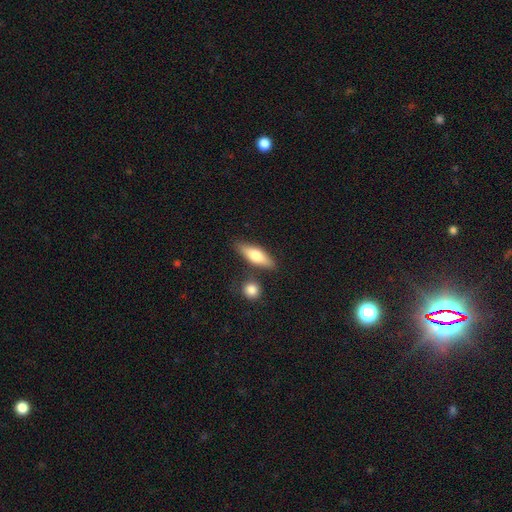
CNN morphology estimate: Smooth or featured? Predicted: smooth (p=0.67). How rounded? Predicted: in between (p=0.52). Merging? Predicted: none (p=0.78).